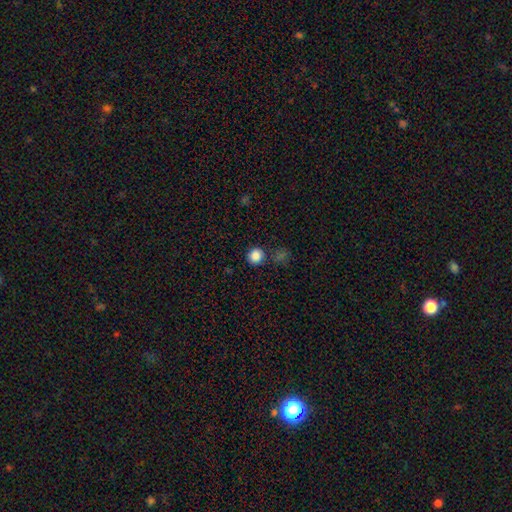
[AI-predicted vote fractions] smooth-or-featured: smooth: 84% | star or artifact: 12% | featured or disk: 3%
  how-rounded: round: 90% | in between: 9% | cigar-shaped: 1%
  merging: none: 84% | minor disturbance: 8% | merger: 6% | major disturbance: 3%